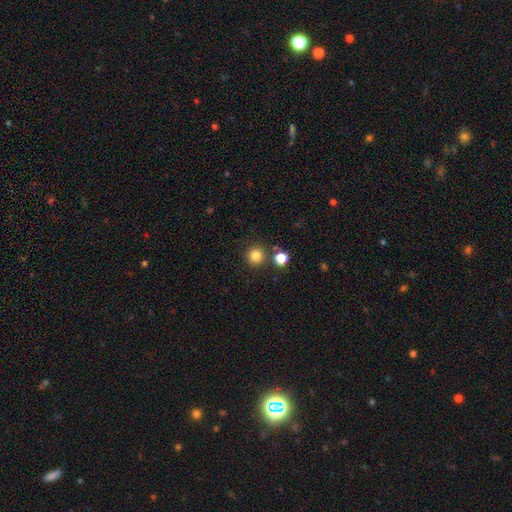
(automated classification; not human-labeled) A smooth galaxy with no disk features (82%) that is round (95%). Merging: none (84%).